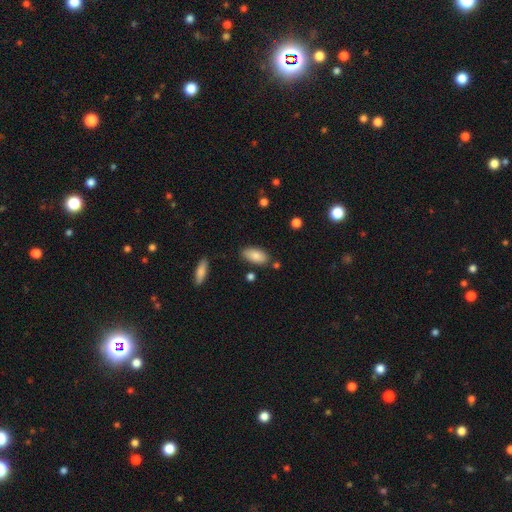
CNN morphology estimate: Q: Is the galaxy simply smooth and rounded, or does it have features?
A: smooth — 85%.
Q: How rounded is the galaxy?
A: in between — 90%.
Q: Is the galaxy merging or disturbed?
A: none — 79%.